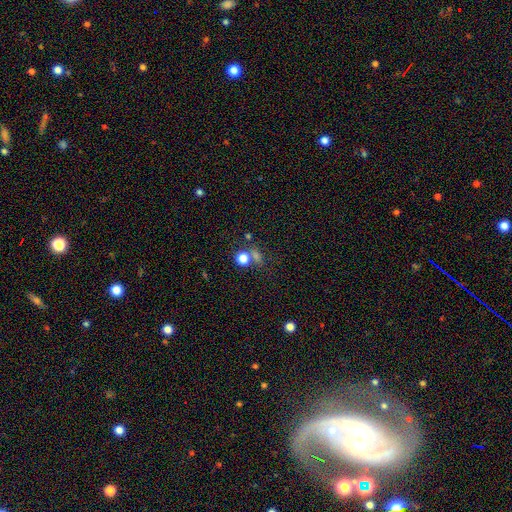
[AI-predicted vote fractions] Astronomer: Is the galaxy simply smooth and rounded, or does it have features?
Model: smooth — 53% (runner-up: star or artifact, 36%).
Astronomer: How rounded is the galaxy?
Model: round — 75%.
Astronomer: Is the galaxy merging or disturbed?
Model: none — 58%.